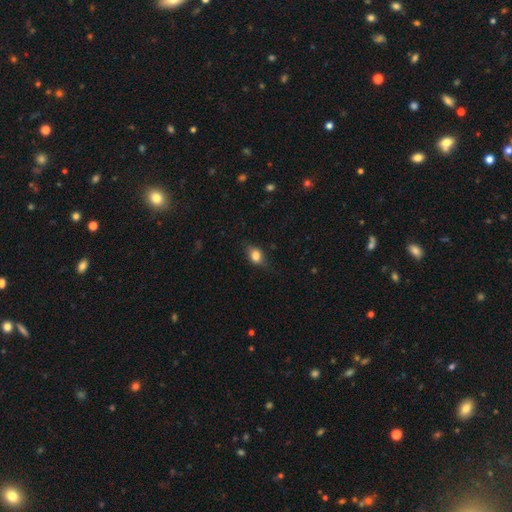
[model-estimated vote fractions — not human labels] Smooth or featured: smooth — 81% (featured or disk — 10%)
How rounded: in between — 71% (round — 26%)
Merging: none — 74% (minor disturbance — 20%)